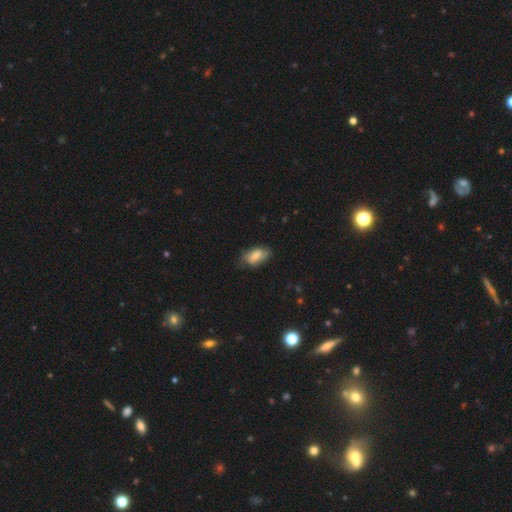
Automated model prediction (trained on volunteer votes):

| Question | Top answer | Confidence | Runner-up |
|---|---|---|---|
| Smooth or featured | smooth | 76% | featured or disk (16%) |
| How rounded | in between | 90% | cigar-shaped (6%) |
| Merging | none | 61% | minor disturbance (30%) |